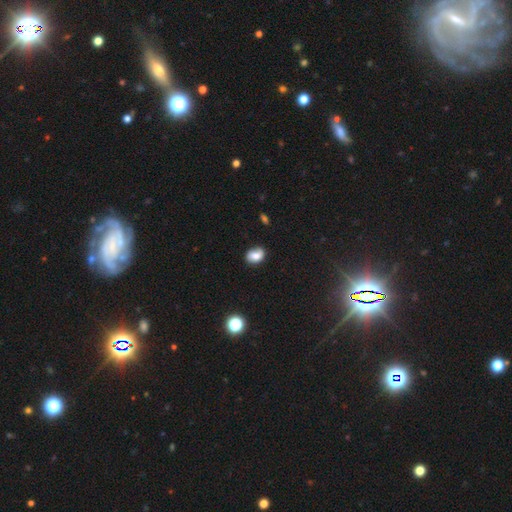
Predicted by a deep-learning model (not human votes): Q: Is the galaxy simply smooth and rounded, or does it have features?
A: smooth — 77%.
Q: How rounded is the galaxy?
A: in between — 72%.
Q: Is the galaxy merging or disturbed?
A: none — 69%.